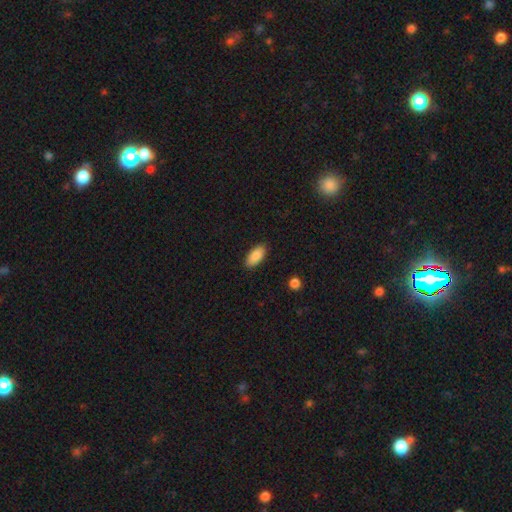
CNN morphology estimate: Smooth or featured? Predicted: smooth (p=0.87). How rounded? Predicted: in between (p=0.89). Merging? Predicted: none (p=0.89).